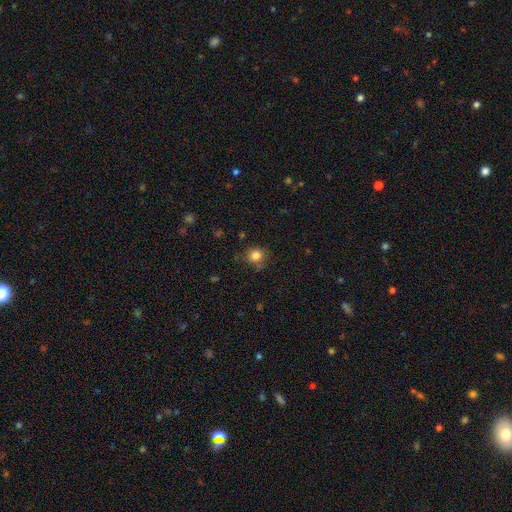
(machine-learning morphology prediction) type=smooth (83%); roundness=round (78%); merging=none (75%).